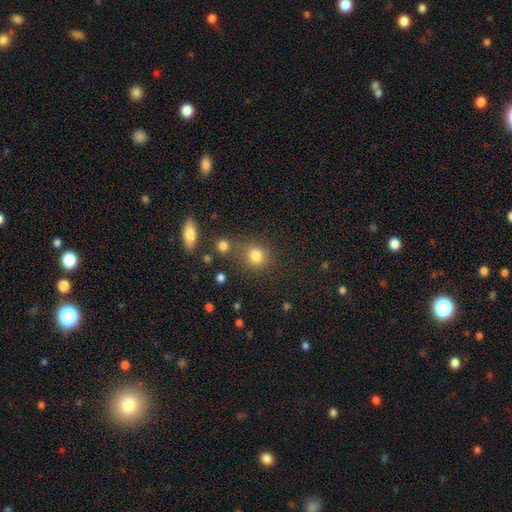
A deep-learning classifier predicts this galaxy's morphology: The model was most divided on "merging": none: 69%, merger: 13%, minor disturbance: 12%, major disturbance: 5%. More confident: how rounded — round (82%); smooth or featured — smooth (81%).